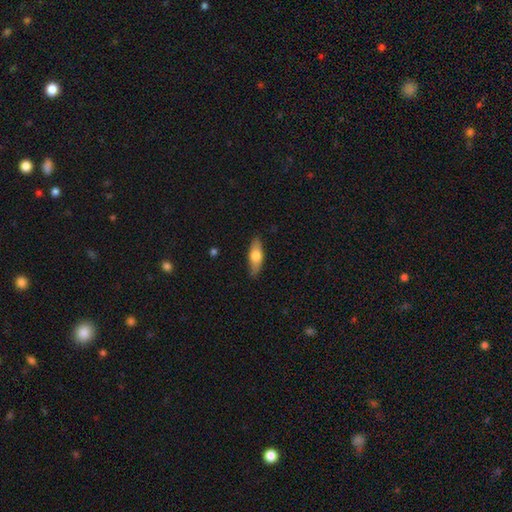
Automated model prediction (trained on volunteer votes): Smooth or featured: smooth — 63% (featured or disk — 31%)
How rounded: in between — 60% (cigar-shaped — 37%)
Merging: none — 85% (minor disturbance — 12%)